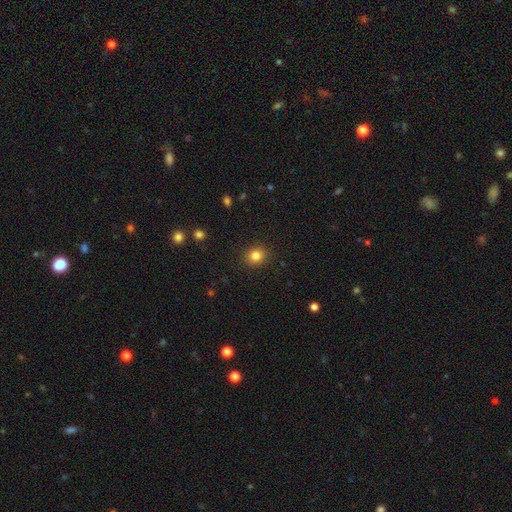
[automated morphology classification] smooth 83%, star or artifact 11%, featured or disk 5%. Down the decision tree: how rounded — round (80%); merging — none (91%).